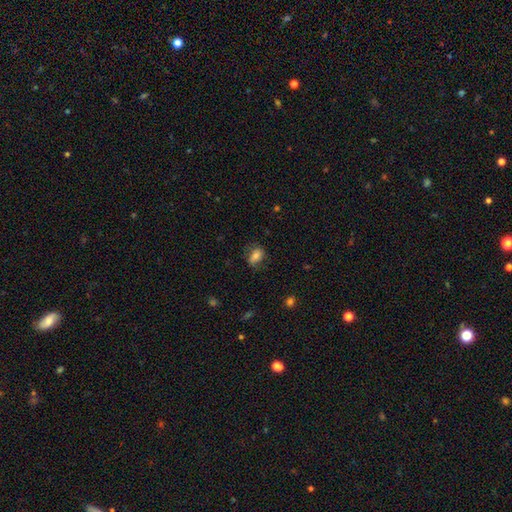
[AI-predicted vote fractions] smooth 74%, featured or disk 16%, star or artifact 10%. Down the decision tree: how rounded — in between (80%); merging — none (67%).